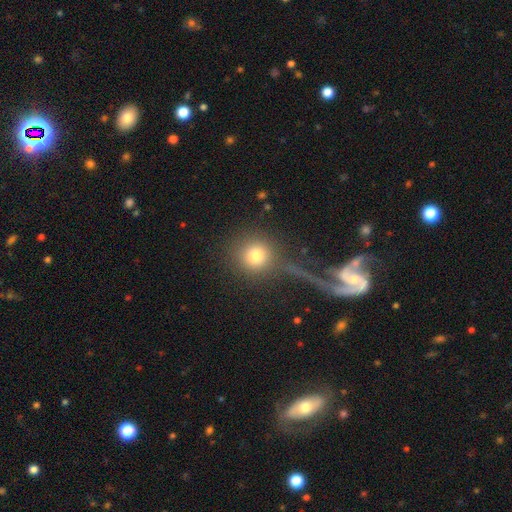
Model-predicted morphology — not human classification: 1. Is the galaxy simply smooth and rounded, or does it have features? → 77% smooth, 13% star or artifact, 10% featured or disk.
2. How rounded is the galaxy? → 92% round, 7% in between, 1% cigar-shaped.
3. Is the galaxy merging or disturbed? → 74% none, 9% merger, 9% minor disturbance, 8% major disturbance.